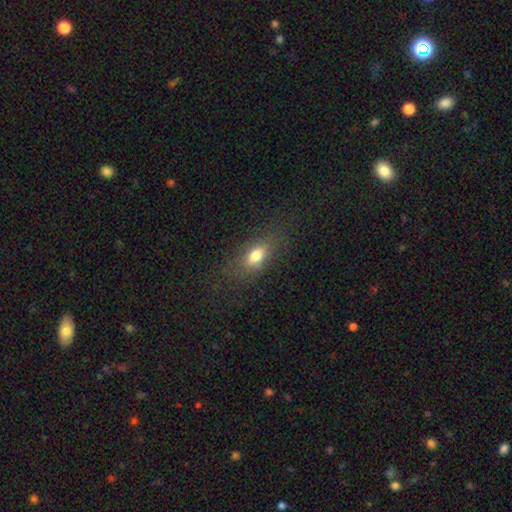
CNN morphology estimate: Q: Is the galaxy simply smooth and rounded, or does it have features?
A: smooth — 73%.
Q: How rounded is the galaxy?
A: in between — 80%.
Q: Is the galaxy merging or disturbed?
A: none — 76%.